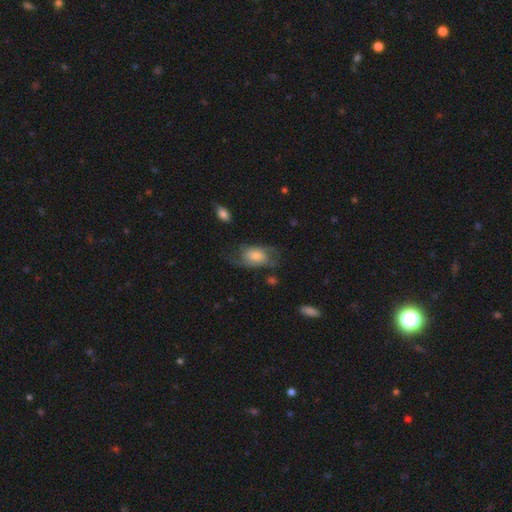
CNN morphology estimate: featured or disk 51%, smooth 40%, star or artifact 9%. Down the decision tree: edge-on disk — no (95%); merging — none (49%).